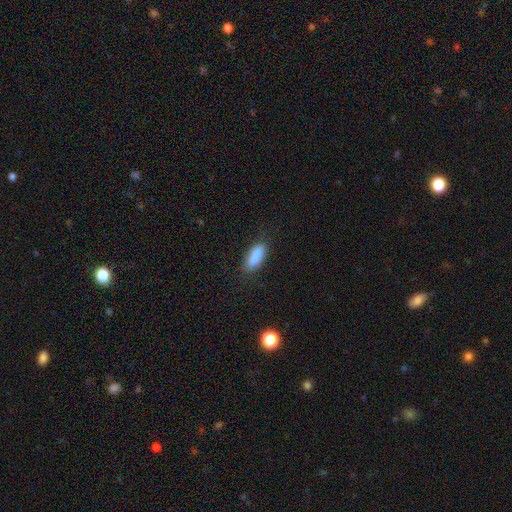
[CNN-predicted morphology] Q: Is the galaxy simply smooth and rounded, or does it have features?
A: smooth — 88%.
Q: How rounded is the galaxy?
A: in between — 79%.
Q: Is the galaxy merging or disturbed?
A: none — 79%.